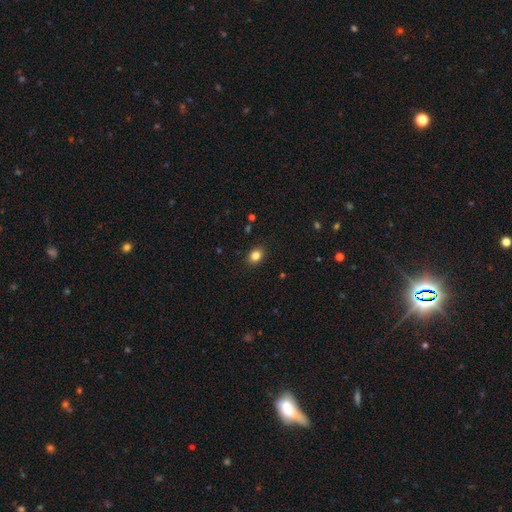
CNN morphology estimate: The model was most divided on "how rounded": in between: 56%, round: 43%, cigar-shaped: 1%. More confident: merging — none (90%); smooth or featured — smooth (84%).